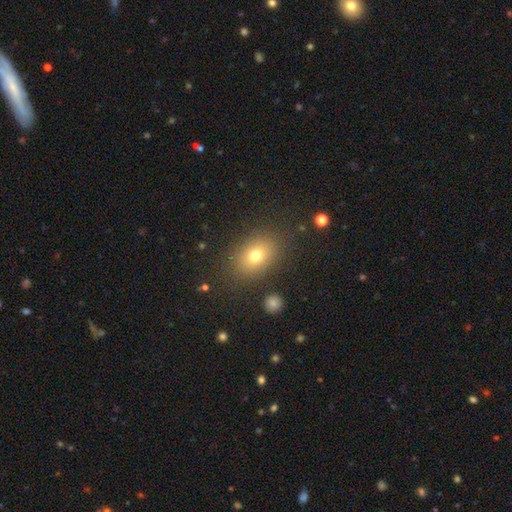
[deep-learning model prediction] Overall: smooth (74%). How rounded: in between (70%). Merging: none (83%).